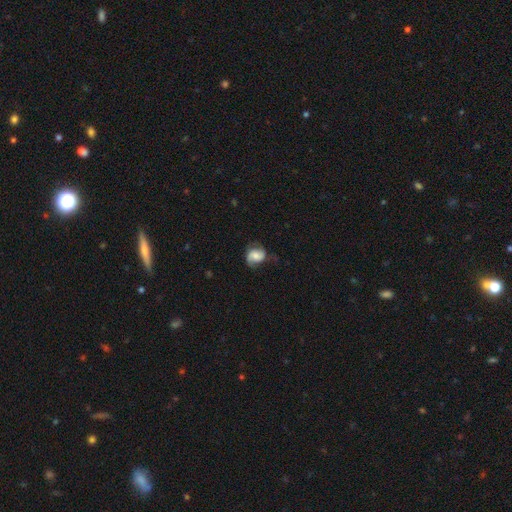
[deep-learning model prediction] Overall: featured or disk (53%; smooth 38%). Edge-on disk: no (97%). Bar: no (53%; weak 36%). Spiral arms: yes (88%). Bulge size: moderate (38%; small 30%). Merging: none (58%; minor disturbance 27%).